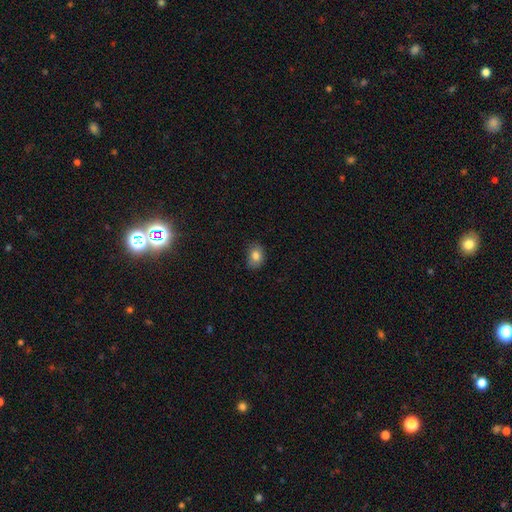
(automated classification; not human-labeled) Q: Smooth or featured?
A: smooth (82%); runner-up: star or artifact (10%)
Q: How rounded?
A: in between (64%); runner-up: round (35%)
Q: Merging?
A: none (75%); runner-up: minor disturbance (20%)